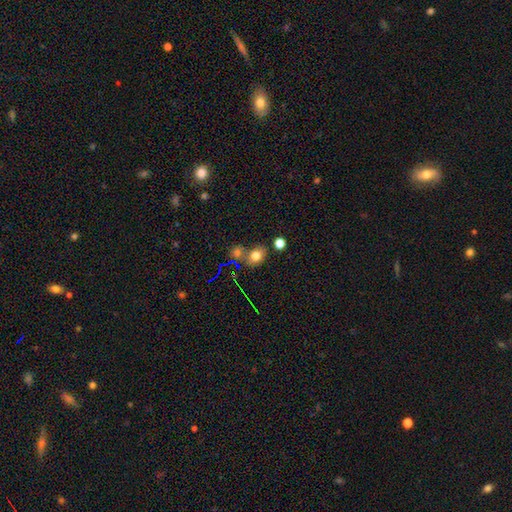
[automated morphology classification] This is likely a smooth galaxy (74%). How rounded: possibly round (50%). Merging: possibly none (57%).